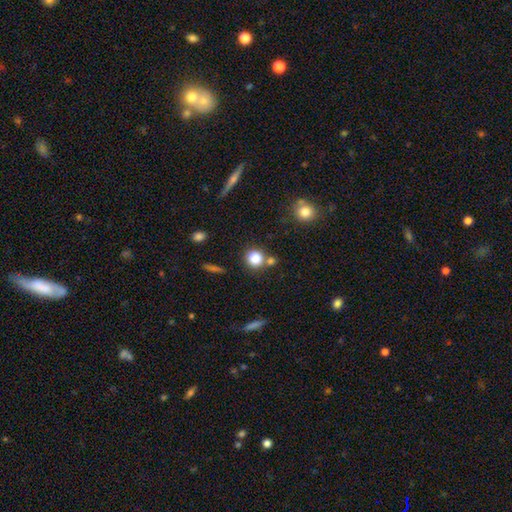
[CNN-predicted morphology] Smooth or featured? Predicted: smooth (p=0.69). How rounded? Predicted: round (p=0.90). Merging? Predicted: none (p=0.78).